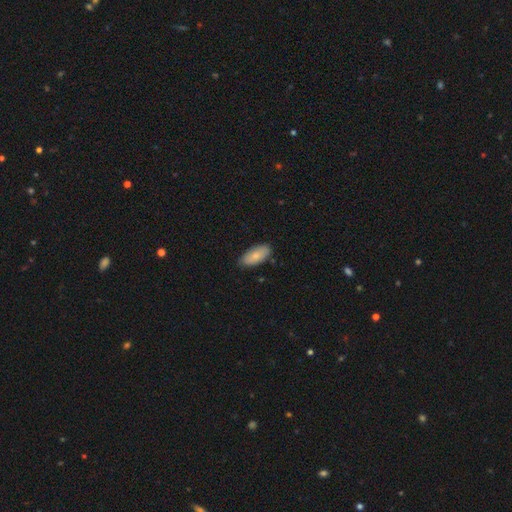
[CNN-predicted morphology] The model was most divided on "smooth or featured": smooth: 81%, featured or disk: 13%, star or artifact: 6%. More confident: how rounded — in between (91%); merging — none (84%).